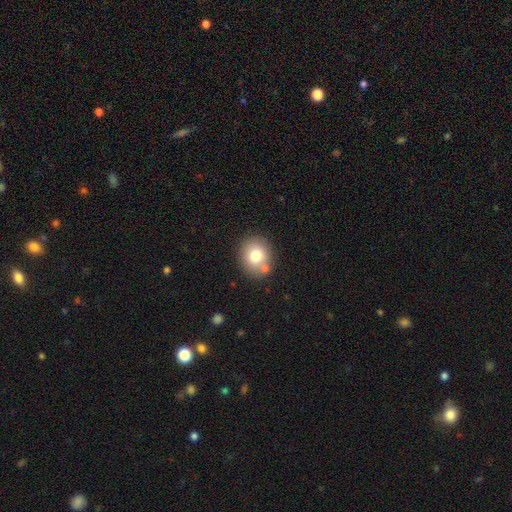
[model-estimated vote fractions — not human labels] smooth 76%, featured or disk 13%, star or artifact 10%. Down the decision tree: how rounded — round (69%); merging — none (76%).